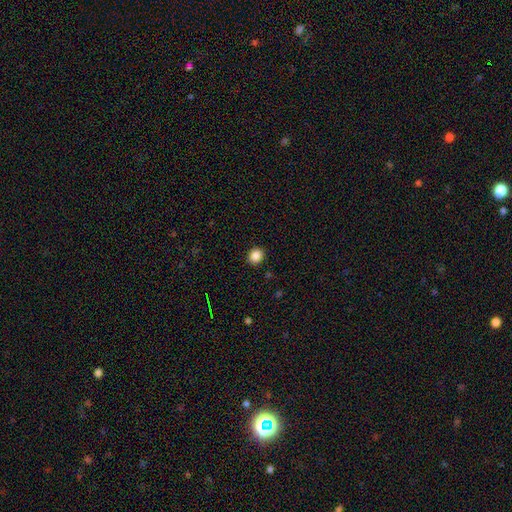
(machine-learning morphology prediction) type=smooth (86%); roundness=round (76%); merging=none (91%).